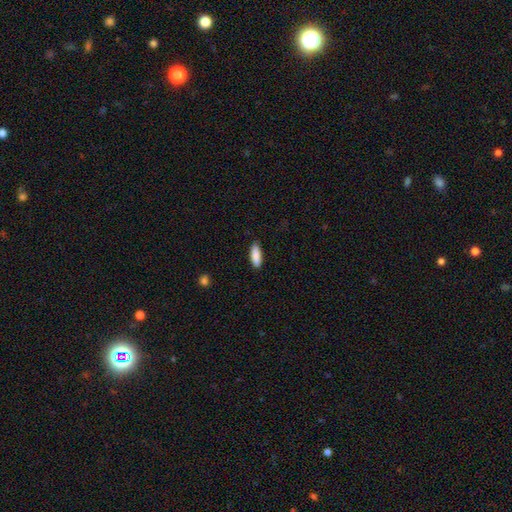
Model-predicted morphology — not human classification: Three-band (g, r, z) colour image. It shows a smooth galaxy with no disk features (88%) that is in between round and cigar-shaped (61%). Merging: none (87%).